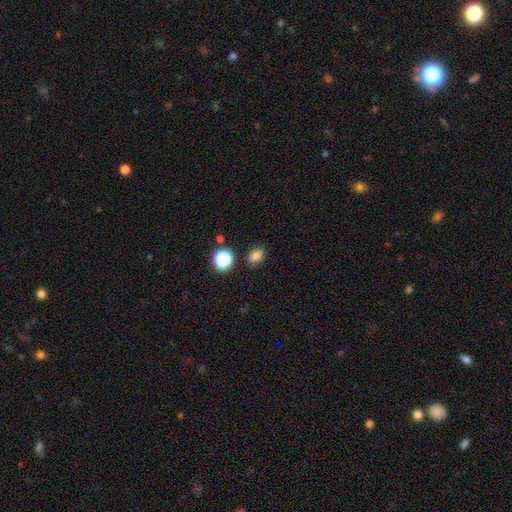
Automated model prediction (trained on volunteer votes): Q: Smooth or featured?
A: smooth (80%); runner-up: star or artifact (15%)
Q: How rounded?
A: in between (69%); runner-up: round (29%)
Q: Merging?
A: none (83%); runner-up: minor disturbance (11%)